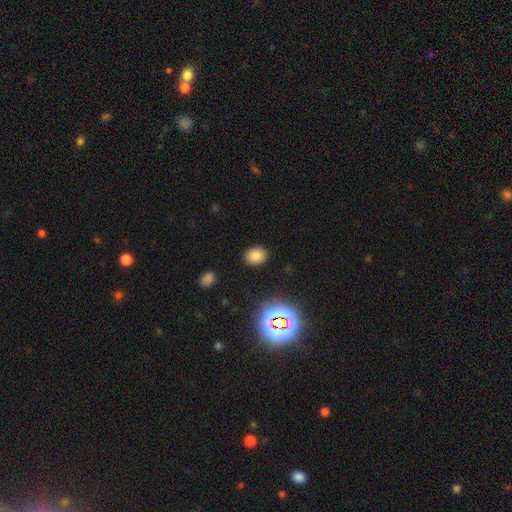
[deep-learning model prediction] smooth 78%, star or artifact 16%, featured or disk 7%. Down the decision tree: how rounded — in between (54%); merging — none (89%).